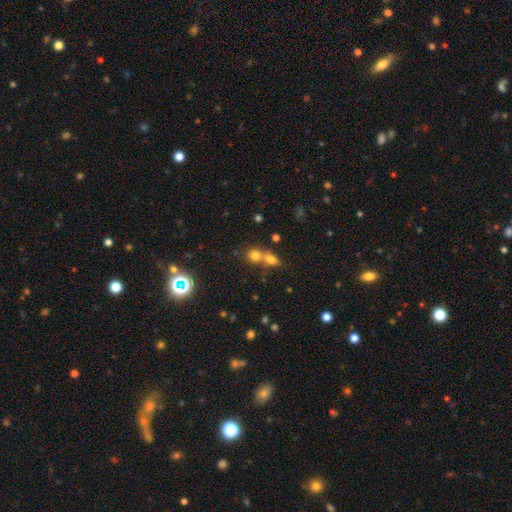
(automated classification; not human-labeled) Overall: smooth (73%). How rounded: round (64%; in between 33%). Merging: merger (53%; none 37%).